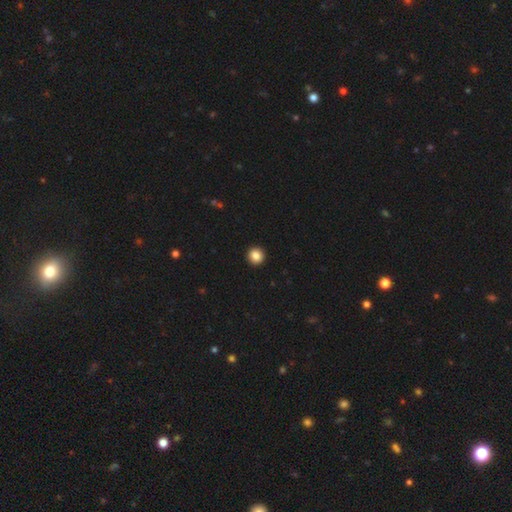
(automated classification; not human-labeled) A smooth galaxy with no disk features (86%) that is round (94%).

Vote fractions:
- Smooth or featured? smooth: 86% / star or artifact: 9% / featured or disk: 5%
- How rounded? round: 94% / in between: 5% / cigar-shaped: 1%
- Merging? none: 94% / minor disturbance: 4% / major disturbance: 1% / merger: 1%